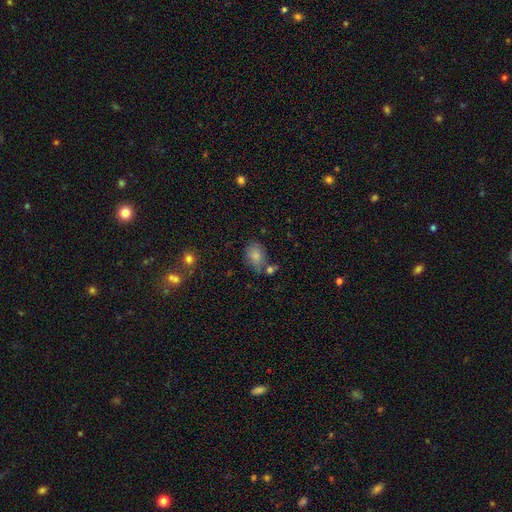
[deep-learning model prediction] Smooth or featured: smooth — 80% (featured or disk — 11%)
How rounded: in between — 66% (round — 32%)
Merging: none — 59% (minor disturbance — 21%)